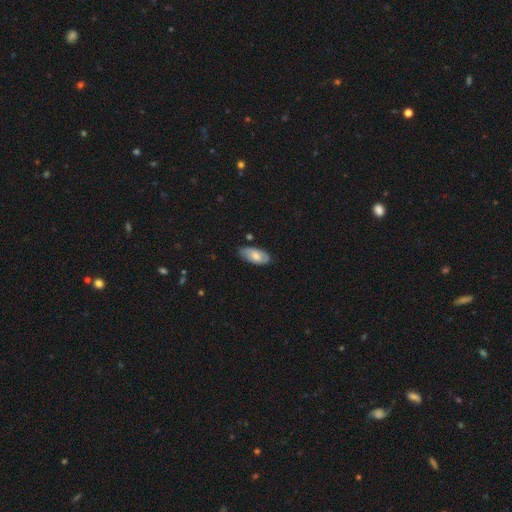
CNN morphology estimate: Smooth or featured: smooth — 62% (featured or disk — 32%)
How rounded: in between — 91% (cigar-shaped — 6%)
Merging: none — 75% (minor disturbance — 20%)